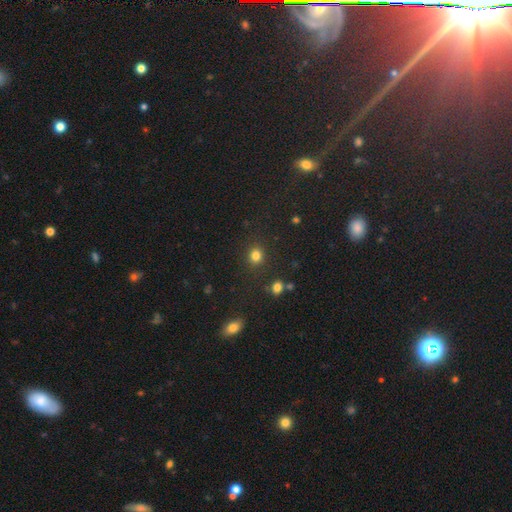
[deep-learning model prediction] A smooth galaxy with no disk features (81%) that is round (81%). Merging: none (86%).